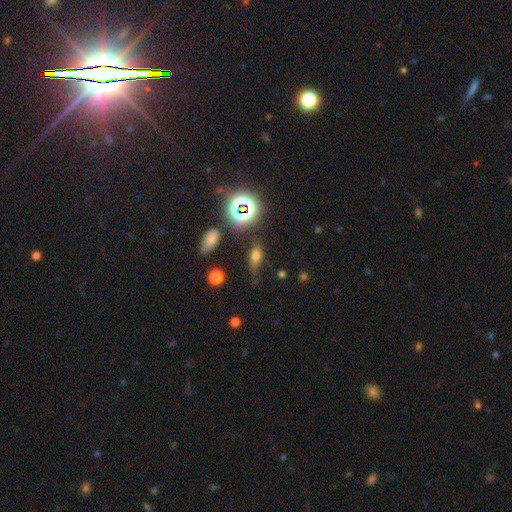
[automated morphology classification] Smooth or featured: smooth — 64% (star or artifact — 25%)
How rounded: in between — 77% (round — 13%)
Merging: none — 62% (minor disturbance — 23%)